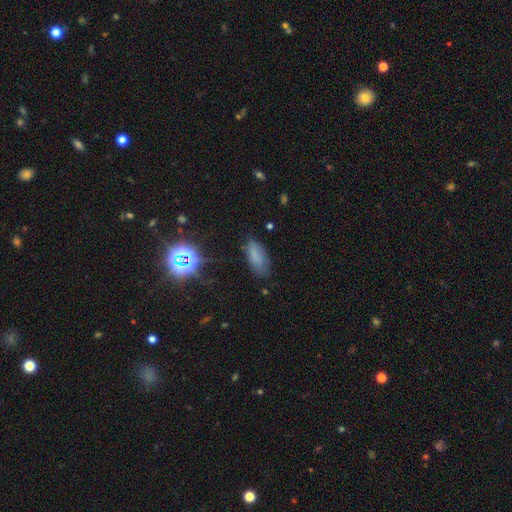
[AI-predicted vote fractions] Morphology: type=smooth (68%); roundness=in between (82%); merging=none (67%).